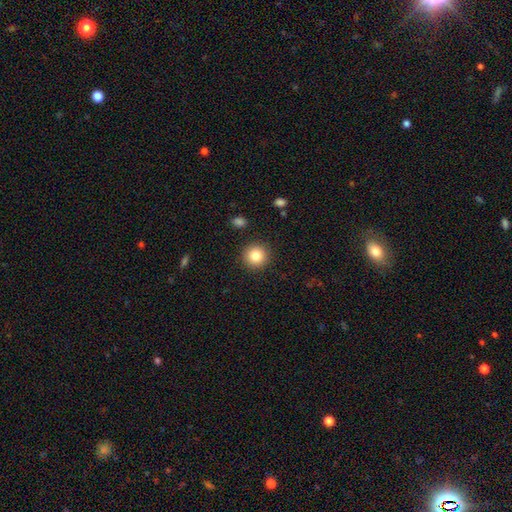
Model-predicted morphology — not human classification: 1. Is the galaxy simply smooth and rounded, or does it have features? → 82% smooth, 11% star or artifact, 7% featured or disk.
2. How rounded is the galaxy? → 95% round, 5% in between, 1% cigar-shaped.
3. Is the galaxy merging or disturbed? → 91% none, 6% minor disturbance, 2% major disturbance, 1% merger.